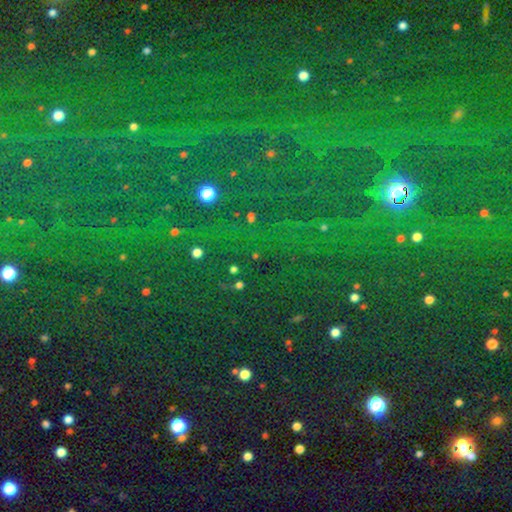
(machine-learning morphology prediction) A star or artifact, not a galaxy (73%).

Vote fractions:
- Smooth or featured? star or artifact: 73% / smooth: 19% / featured or disk: 8%